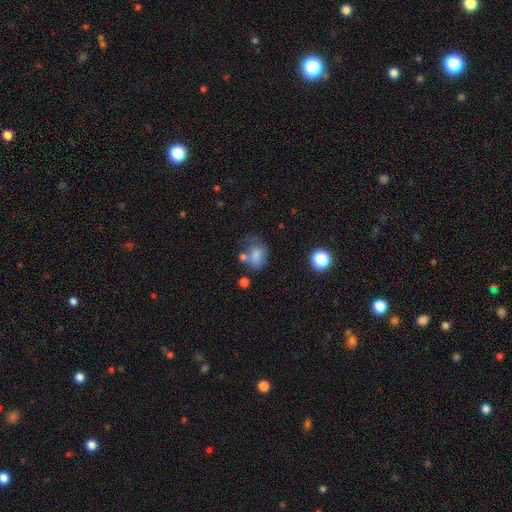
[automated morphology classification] This appears to be a smooth galaxy with no disk features (65%) that is in between round and cigar-shaped (65%). Merging: none (30%).